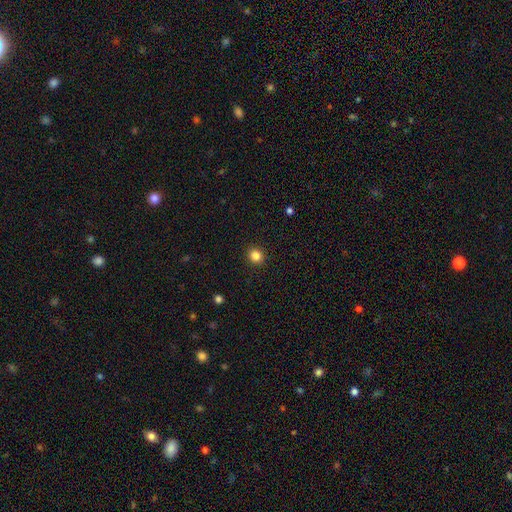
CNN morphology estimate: Overall: smooth (85%). How rounded: round (83%). Merging: none (92%).